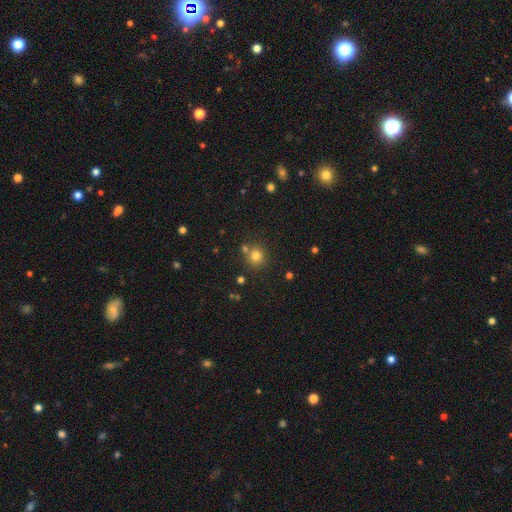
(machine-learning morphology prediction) This is likely a smooth galaxy (78%). How rounded: clearly round (90%). Merging: likely none (73%).